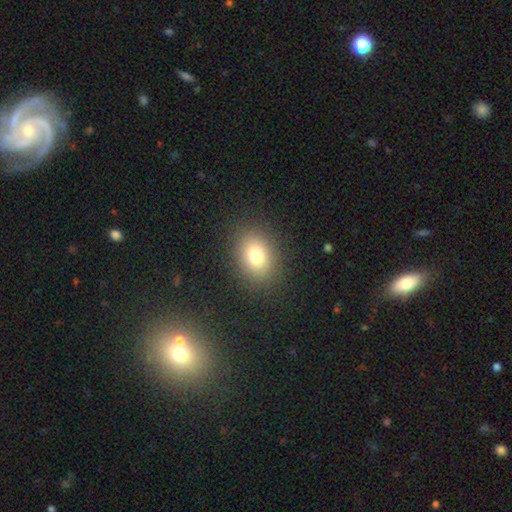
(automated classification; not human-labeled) Q: Smooth or featured?
A: smooth (77%); runner-up: star or artifact (13%)
Q: How rounded?
A: in between (60%); runner-up: round (39%)
Q: Merging?
A: none (87%); runner-up: minor disturbance (8%)